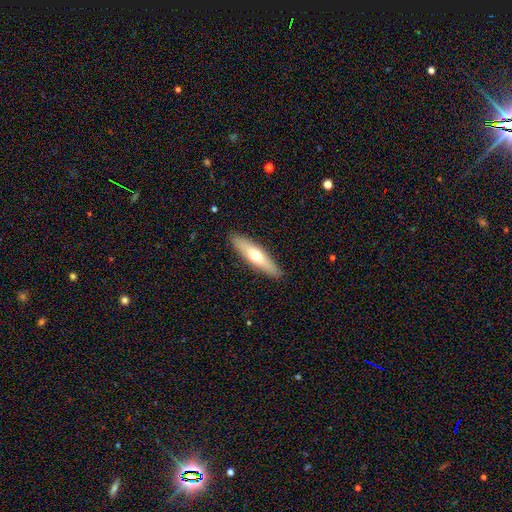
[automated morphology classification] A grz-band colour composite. It shows a smooth galaxy with no disk features (52%) that is cigar-shaped (77%). Merging: none (90%).